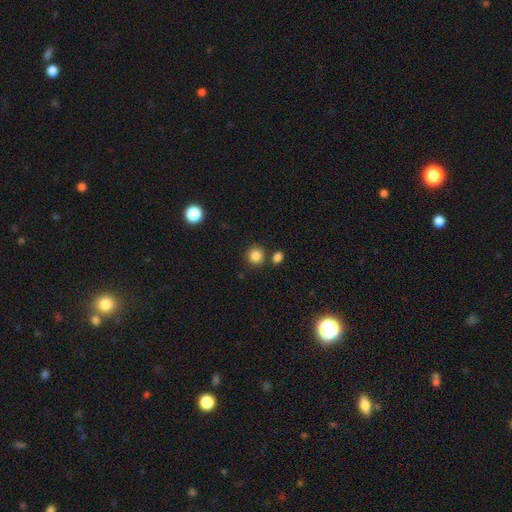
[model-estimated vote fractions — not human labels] A smooth galaxy with no disk features (84%) that is round (88%). Merging: none (79%).